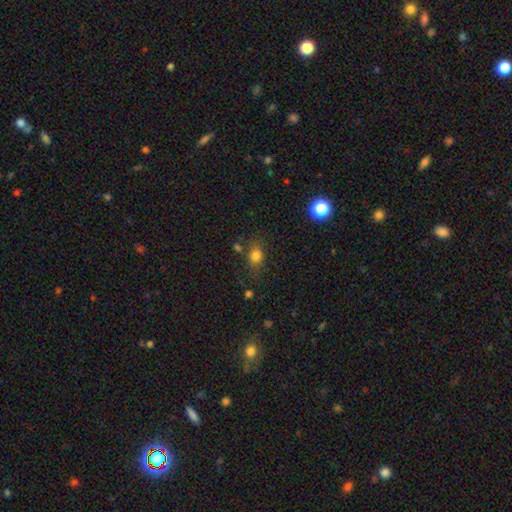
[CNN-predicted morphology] Smooth or featured? smooth (79%)
How rounded? in between (57%)
Merging? none (72%)